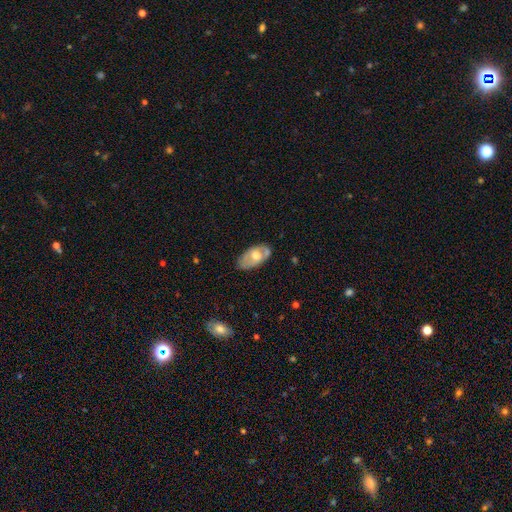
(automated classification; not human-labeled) Smooth or featured: smooth — 48% (featured or disk — 46%)
Merging: none — 66% (minor disturbance — 25%)